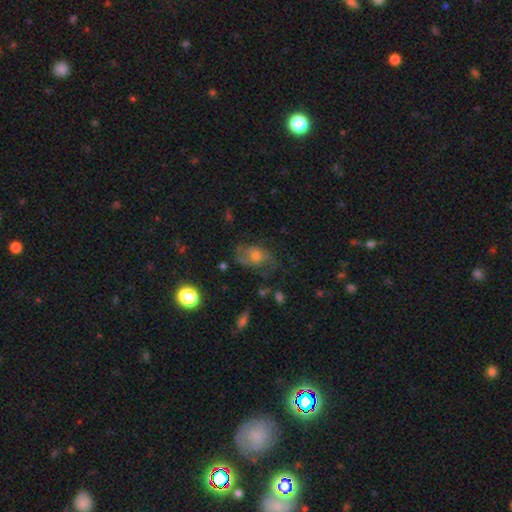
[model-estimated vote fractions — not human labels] smooth_or_featured: featured or disk (p=0.51) [alt: smooth p=0.35]
disk_edge_on: no (p=0.95) [alt: yes p=0.05]
merging: none (p=0.53) [alt: minor disturbance p=0.24]